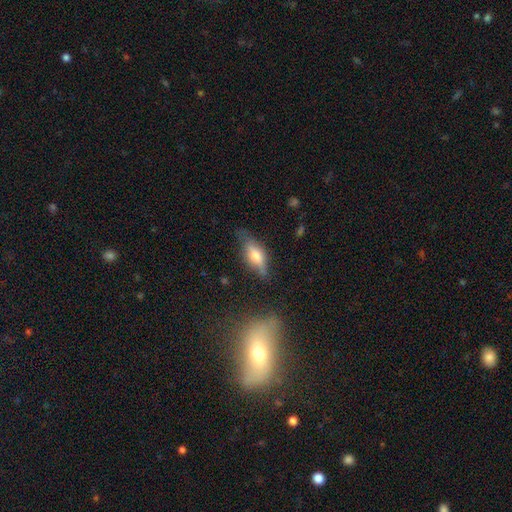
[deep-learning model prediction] Overall: smooth (51%; featured or disk 41%). How rounded: in between (67%; cigar-shaped 30%). Merging: none (66%).